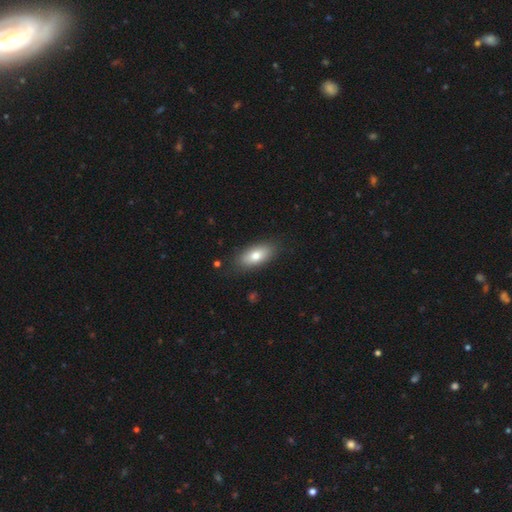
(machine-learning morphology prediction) This appears to be a smooth galaxy with no disk features (77%) that is in between round and cigar-shaped (87%). Merging: none (84%).